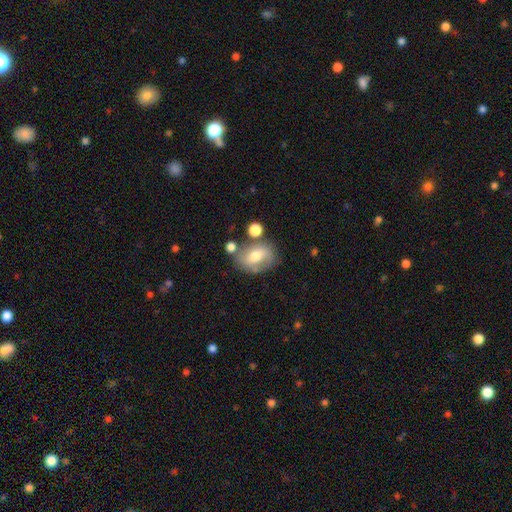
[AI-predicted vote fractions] This is possibly a smooth galaxy (54%). How rounded: likely in between (66%). Merging: likely none (60%).